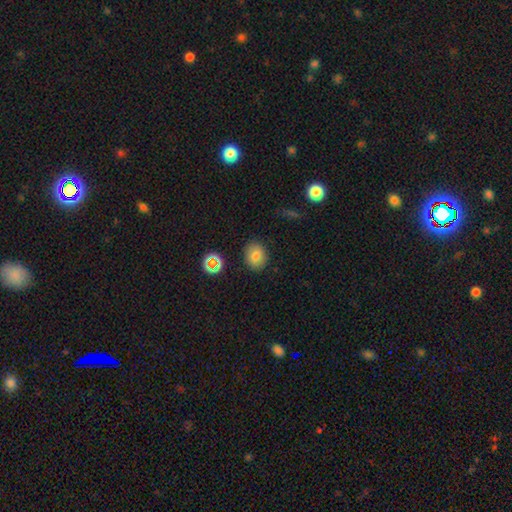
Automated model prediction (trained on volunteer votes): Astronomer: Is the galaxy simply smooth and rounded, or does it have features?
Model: smooth — 78%.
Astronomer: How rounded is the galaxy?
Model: round — 50% (runner-up: in between, 49%).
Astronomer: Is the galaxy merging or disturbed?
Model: none — 86%.